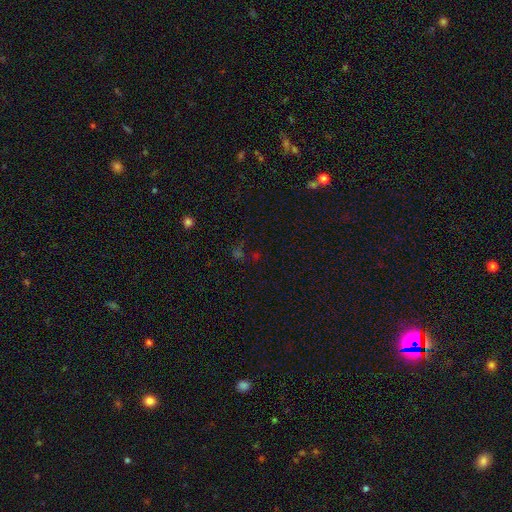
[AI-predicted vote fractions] Q: Smooth or featured?
A: star or artifact (56%); runner-up: smooth (35%)